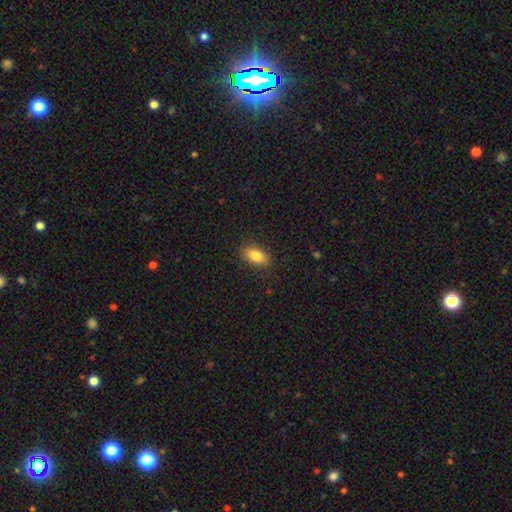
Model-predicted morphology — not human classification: The model was most divided on "smooth or featured": smooth: 82%, featured or disk: 10%, star or artifact: 8%. More confident: how rounded — in between (88%); merging — none (86%).